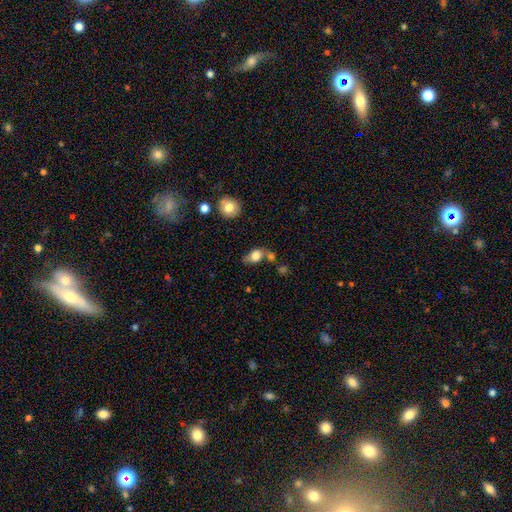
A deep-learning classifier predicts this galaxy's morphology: Smooth or featured? Predicted: smooth (p=0.75). How rounded? Predicted: in between (p=0.74). Merging? Predicted: none (p=0.48).